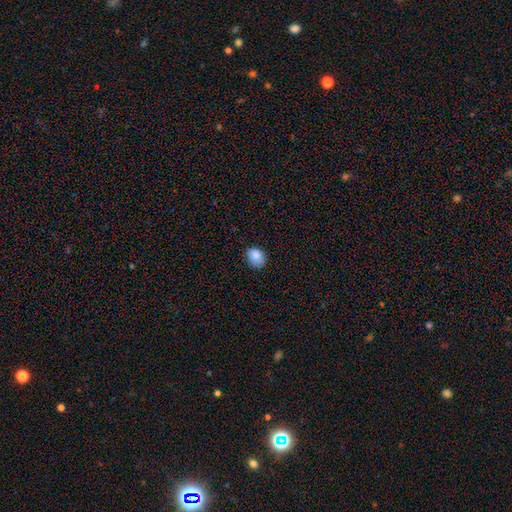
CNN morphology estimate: smooth_or_featured: smooth (p=0.87) [alt: star or artifact p=0.09]
how_rounded: in between (p=0.64) [alt: round p=0.35]
merging: none (p=0.74) [alt: minor disturbance p=0.21]